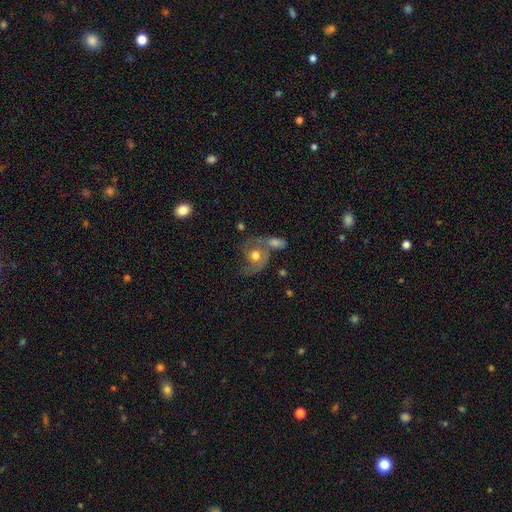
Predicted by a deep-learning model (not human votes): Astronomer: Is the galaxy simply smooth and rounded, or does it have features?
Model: featured or disk — 61%.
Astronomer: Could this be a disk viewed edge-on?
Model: no — 96%.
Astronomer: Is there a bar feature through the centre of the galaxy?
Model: no — 81%.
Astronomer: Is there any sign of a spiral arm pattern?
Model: yes — 74%.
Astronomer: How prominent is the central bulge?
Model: moderate — 66%.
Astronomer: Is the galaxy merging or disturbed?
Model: none — 35% (runner-up: merger, 31%).